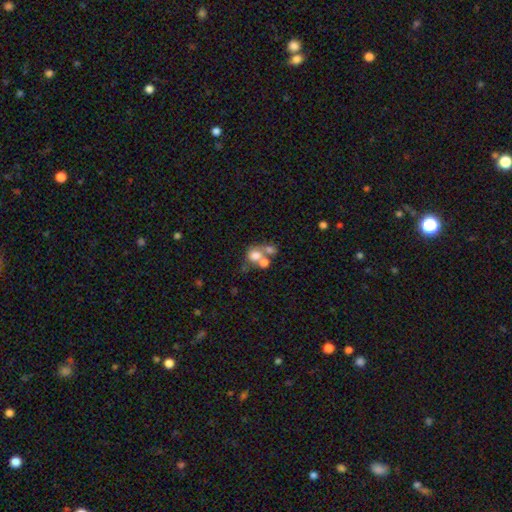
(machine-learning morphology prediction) Overall: smooth (68%). How rounded: round (72%). Merging: merger (56%; none 30%).